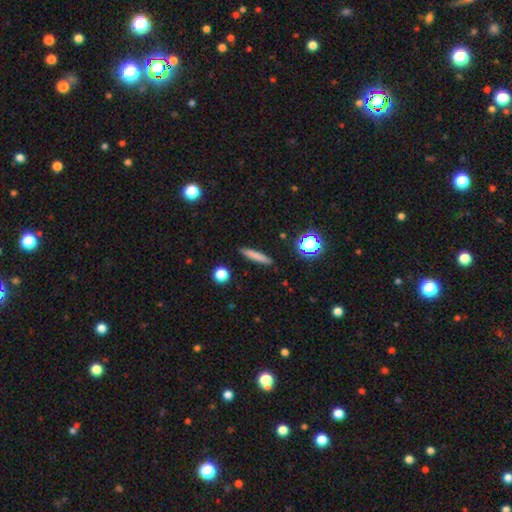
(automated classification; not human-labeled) Smooth or featured? smooth (77%)
How rounded? cigar-shaped (90%)
Merging? none (90%)